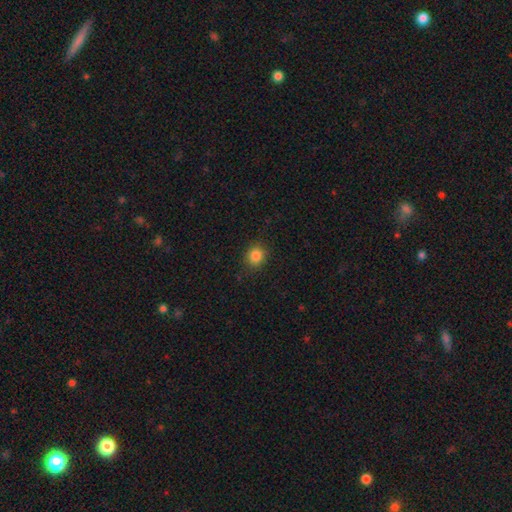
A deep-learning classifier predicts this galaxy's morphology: Smooth or featured?
  - smooth: 85% *
  - star or artifact: 11%
  - featured or disk: 4%
How rounded?
  - round: 78% *
  - in between: 21%
  - cigar-shaped: 1%
Merging?
  - none: 87% *
  - minor disturbance: 10%
  - major disturbance: 3%
  - merger: 1%